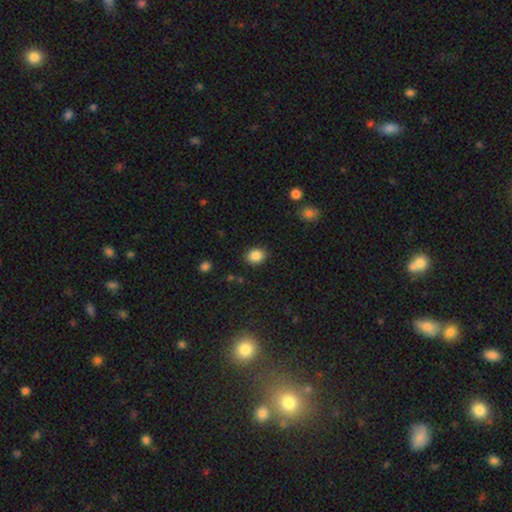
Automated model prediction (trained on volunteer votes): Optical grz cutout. It shows a smooth galaxy with no disk features (86%) that is round (58%). Merging: none (88%).